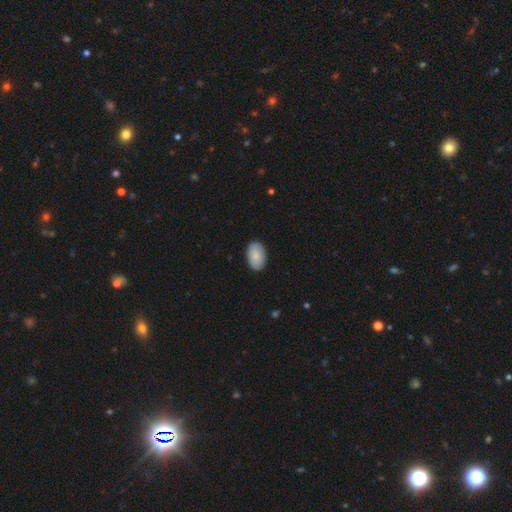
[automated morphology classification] smooth_or_featured: smooth (p=0.85) [alt: featured or disk p=0.10]
how_rounded: in between (p=0.92) [alt: round p=0.06]
merging: none (p=0.88) [alt: minor disturbance p=0.09]